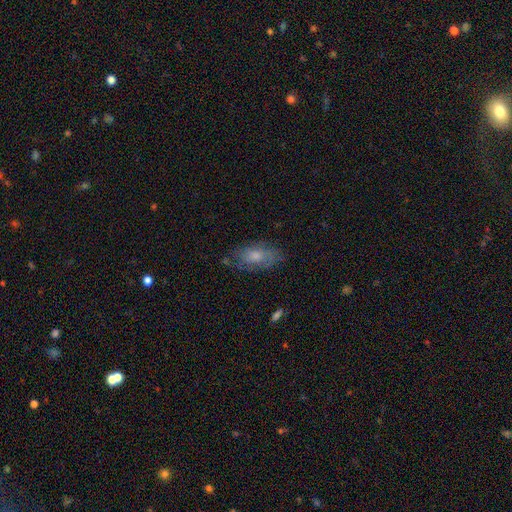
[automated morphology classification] This appears to be a smooth galaxy with no disk features (49%). Merging: none (72%).